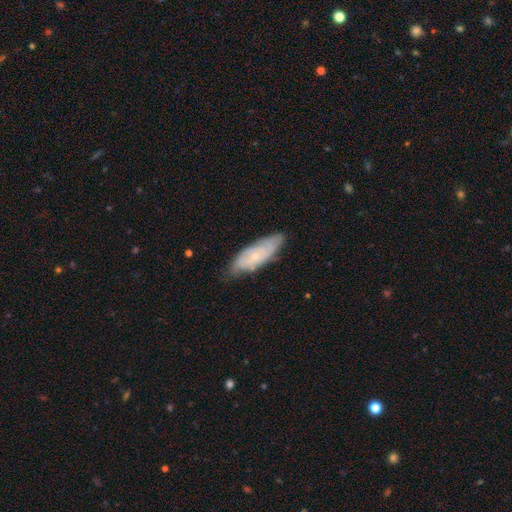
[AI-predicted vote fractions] This appears to be a featured or disk galaxy (56%). Merging: none (70%).